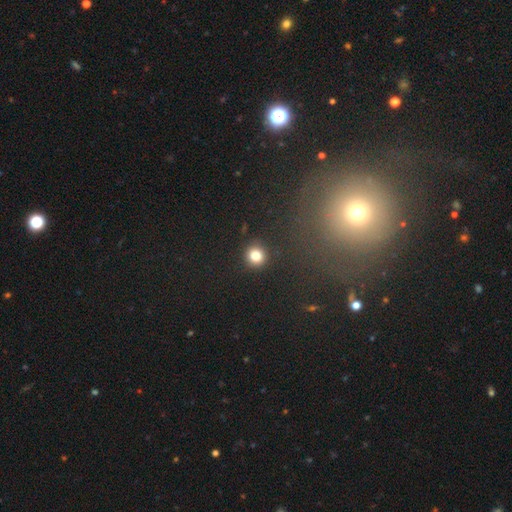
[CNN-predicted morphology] smooth-or-featured: smooth: 81% | star or artifact: 13% | featured or disk: 6%
  how-rounded: round: 92% | in between: 7% | cigar-shaped: 1%
  merging: none: 92% | minor disturbance: 5% | major disturbance: 2% | merger: 1%